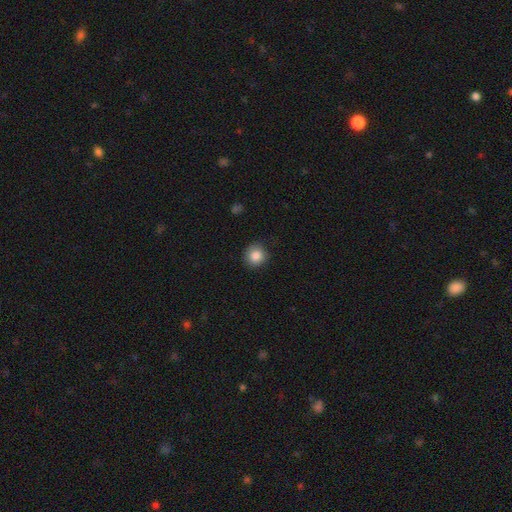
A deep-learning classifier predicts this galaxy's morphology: The model was most divided on "merging": none: 84%, minor disturbance: 12%, major disturbance: 3%, merger: 1%. More confident: how rounded — round (89%); smooth or featured — smooth (85%).